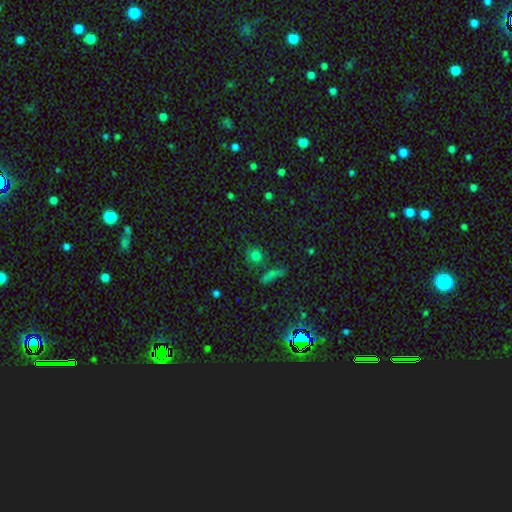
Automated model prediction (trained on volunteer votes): Overall: smooth (75%). How rounded: round (86%). Merging: none (79%).